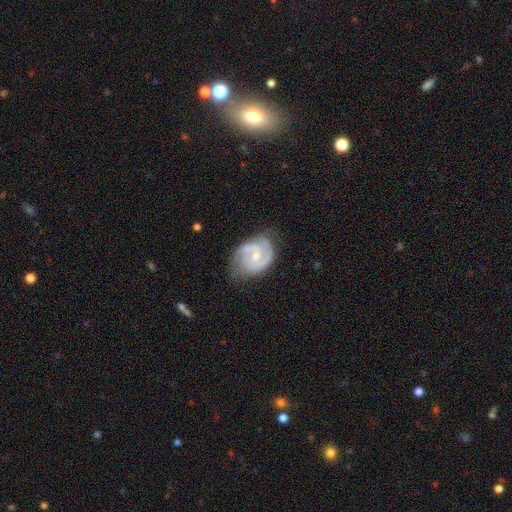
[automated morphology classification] Overall: featured or disk (84%). Edge-on disk: no (98%). Bar: no (56%; weak 38%). Spiral arms: yes (96%). Spiral arm count: 2 (71%). Spiral winding: medium (46%; tight 44%). Bulge size: small (51%; moderate 44%). Merging: none (63%; minor disturbance 26%).